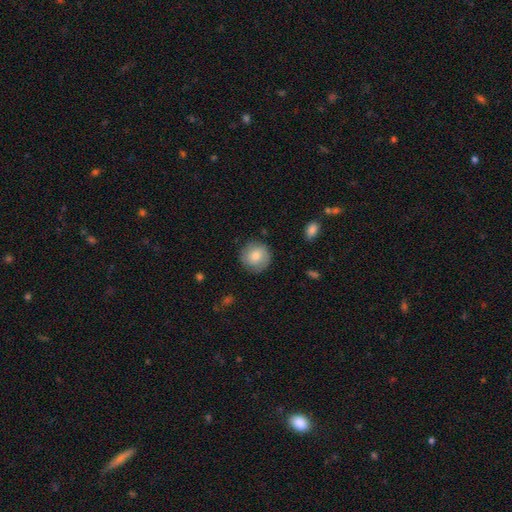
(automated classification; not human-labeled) Overall: smooth (74%). How rounded: round (93%). Merging: none (84%).